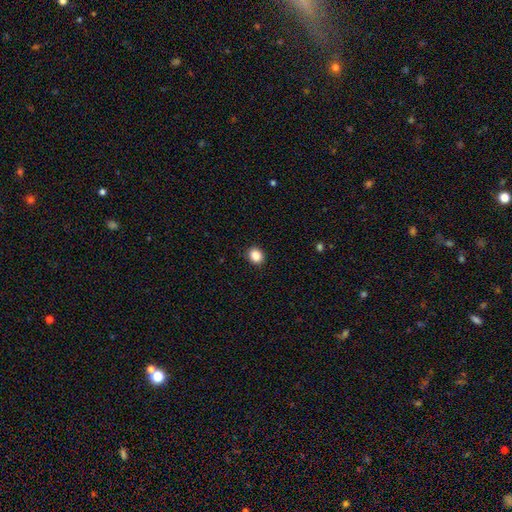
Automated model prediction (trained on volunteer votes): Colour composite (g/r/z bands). It shows a smooth galaxy with no disk features (88%) that is round (68%). Merging: none (90%).